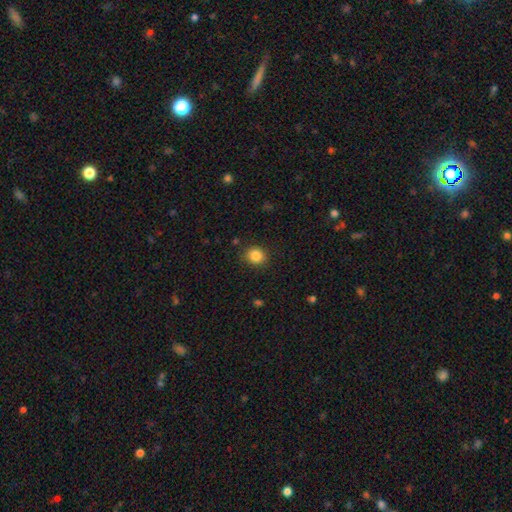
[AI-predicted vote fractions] Smooth or featured? Predicted: smooth (p=0.85). How rounded? Predicted: round (p=0.77). Merging? Predicted: none (p=0.88).